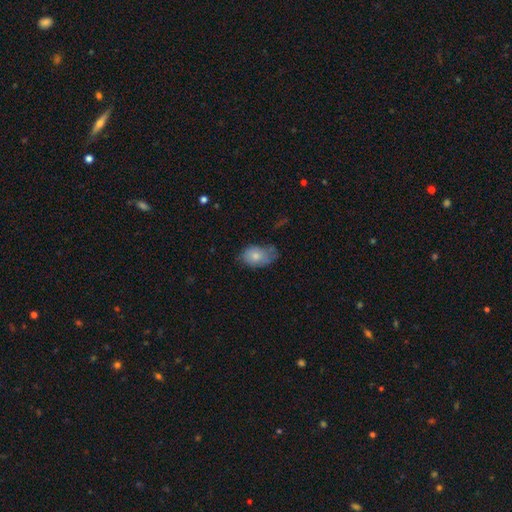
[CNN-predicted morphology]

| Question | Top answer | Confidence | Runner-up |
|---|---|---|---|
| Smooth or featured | smooth | 77% | featured or disk (16%) |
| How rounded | in between | 85% | round (13%) |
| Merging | none | 48% | minor disturbance (37%) |